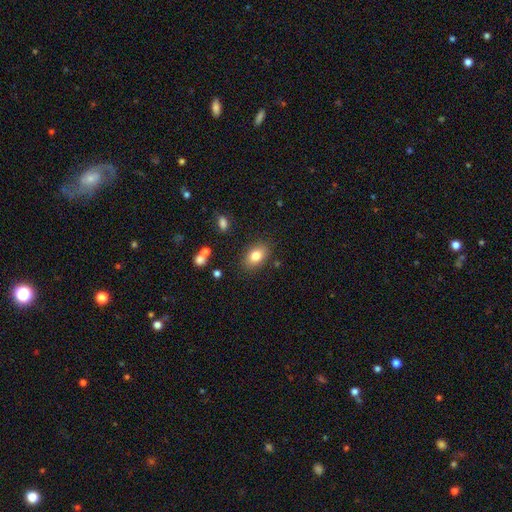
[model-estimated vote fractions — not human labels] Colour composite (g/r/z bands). It shows a smooth galaxy with no disk features (80%) that is in between round and cigar-shaped (84%). Merging: none (84%).